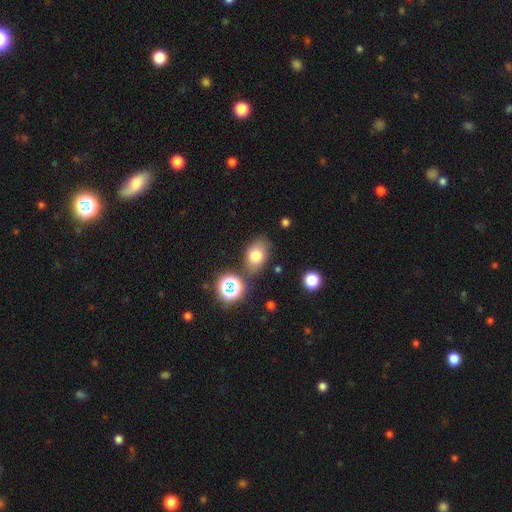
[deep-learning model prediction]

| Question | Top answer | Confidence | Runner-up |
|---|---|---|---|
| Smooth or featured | smooth | 73% | star or artifact (13%) |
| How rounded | in between | 81% | round (18%) |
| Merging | none | 72% | minor disturbance (16%) |